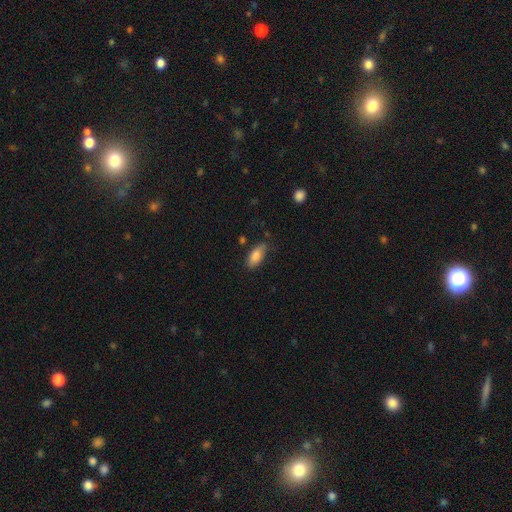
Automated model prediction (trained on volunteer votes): This appears to be a smooth galaxy with no disk features (83%) that is in between round and cigar-shaped (87%). Merging: none (74%).